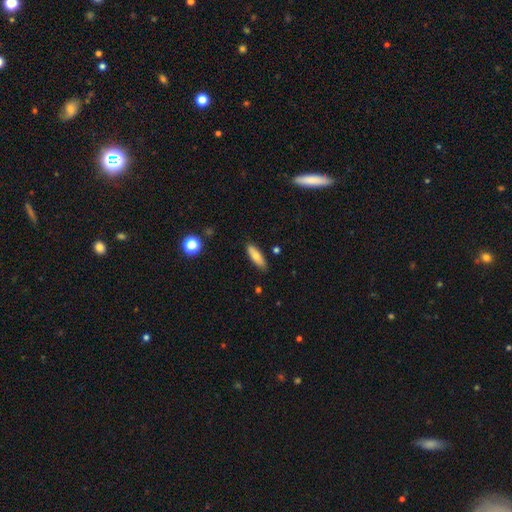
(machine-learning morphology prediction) A smooth galaxy with no disk features (73%) that is in between round and cigar-shaped (50%). Merging: none (86%).